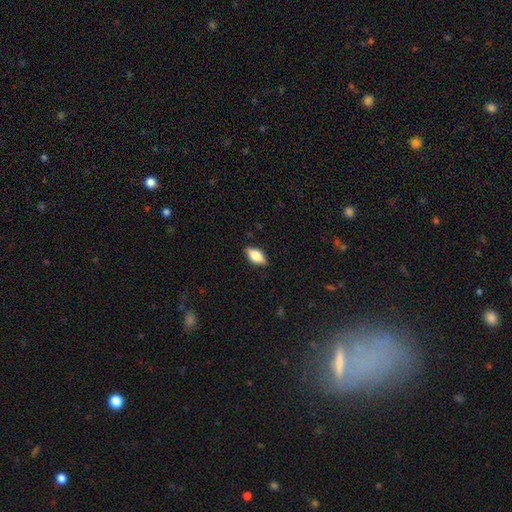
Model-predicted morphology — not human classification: A smooth galaxy with no disk features (64%) that is in between round and cigar-shaped (84%). Merging: none (85%).